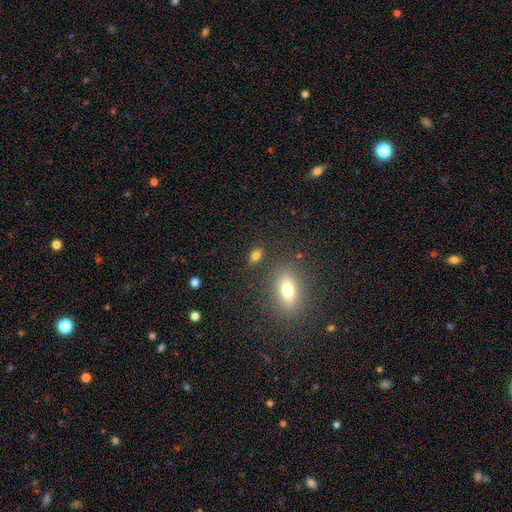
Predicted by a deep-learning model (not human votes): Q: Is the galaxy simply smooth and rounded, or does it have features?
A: smooth — 77%.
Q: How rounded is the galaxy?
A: in between — 77%.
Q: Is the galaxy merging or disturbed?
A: none — 79%.